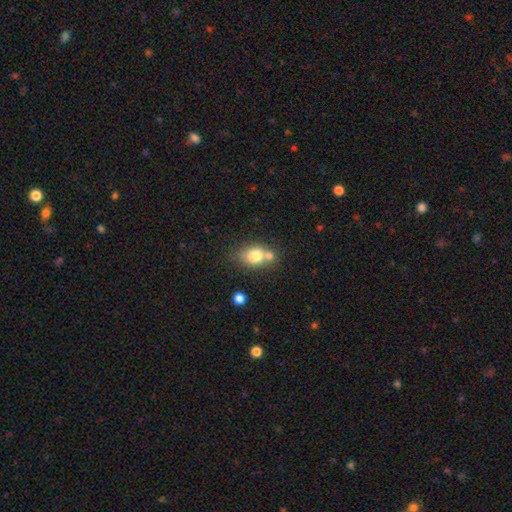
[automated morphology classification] smooth 76%, featured or disk 15%, star or artifact 10%. Down the decision tree: how rounded — in between (56%); merging — none (43%).